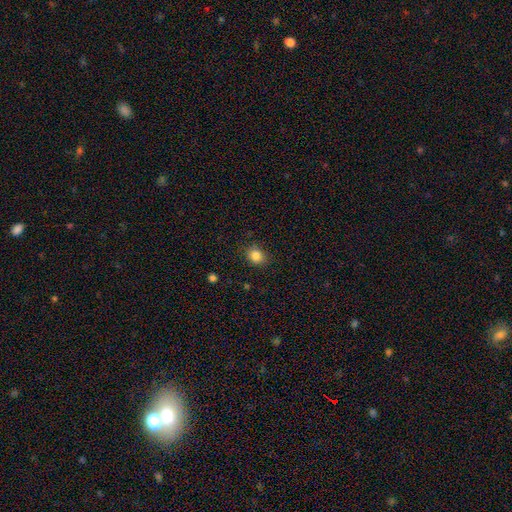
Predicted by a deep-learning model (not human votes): smooth-or-featured: smooth: 85% | star or artifact: 11% | featured or disk: 5%
  how-rounded: round: 64% | in between: 35% | cigar-shaped: 1%
  merging: none: 82% | minor disturbance: 14% | major disturbance: 3% | merger: 1%